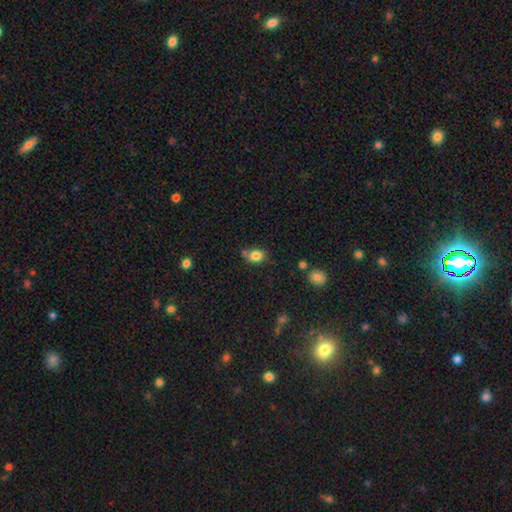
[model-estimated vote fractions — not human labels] Smooth or featured?
  - smooth: 81% *
  - star or artifact: 11%
  - featured or disk: 8%
How rounded?
  - in between: 50% *
  - round: 49%
  - cigar-shaped: 1%
Merging?
  - none: 59% *
  - minor disturbance: 23%
  - merger: 12%
  - major disturbance: 6%